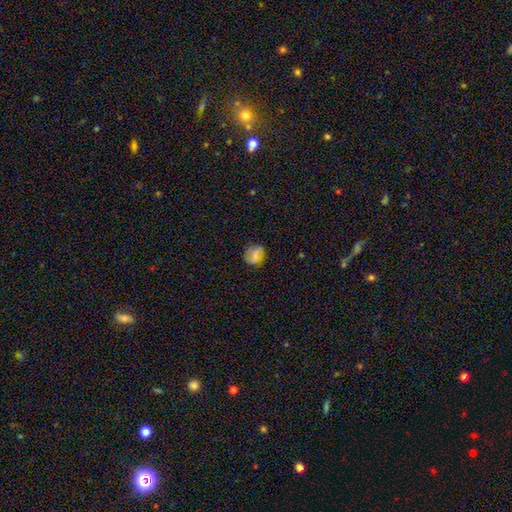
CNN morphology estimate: Smooth or featured? Predicted: smooth (p=0.64). How rounded? Predicted: round (p=0.67). Merging? Predicted: none (p=0.65).